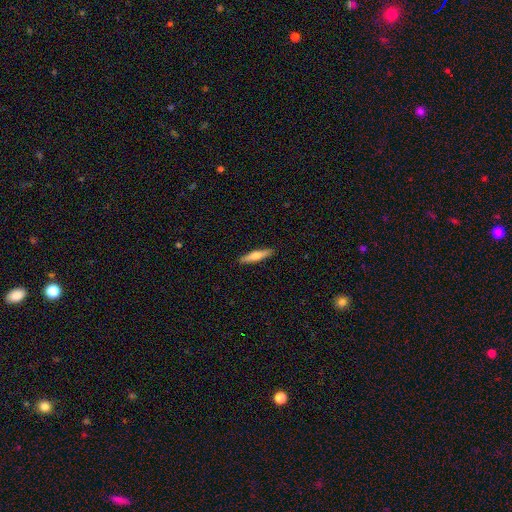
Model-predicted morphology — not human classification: type=smooth (57%); roundness=cigar-shaped (84%); merging=none (91%).